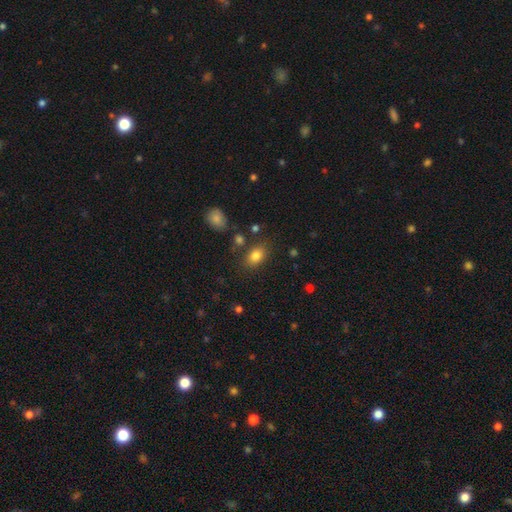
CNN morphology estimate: A smooth galaxy with no disk features (83%) that is in between round and cigar-shaped (80%). Merging: none (76%).